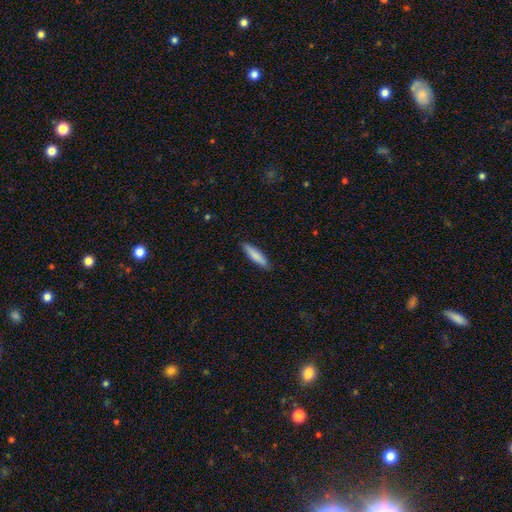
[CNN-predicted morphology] Smooth or featured? smooth (82%)
How rounded? cigar-shaped (79%)
Merging? none (89%)